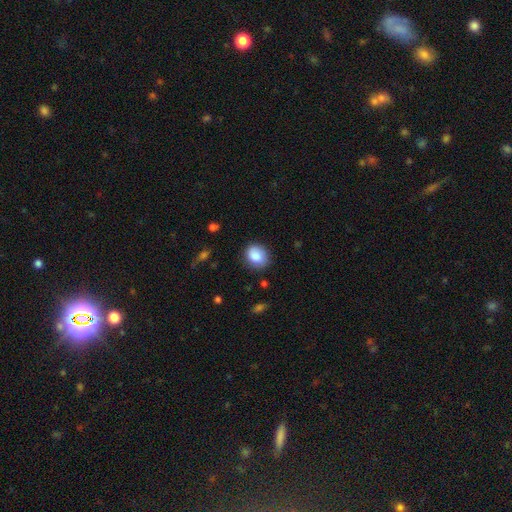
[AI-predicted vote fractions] A smooth galaxy with no disk features (85%) that is round (58%).

Vote fractions:
- Smooth or featured? smooth: 85% / star or artifact: 8% / featured or disk: 7%
- How rounded? round: 58% / in between: 41% / cigar-shaped: 1%
- Merging? none: 80% / minor disturbance: 15% / major disturbance: 3% / merger: 1%